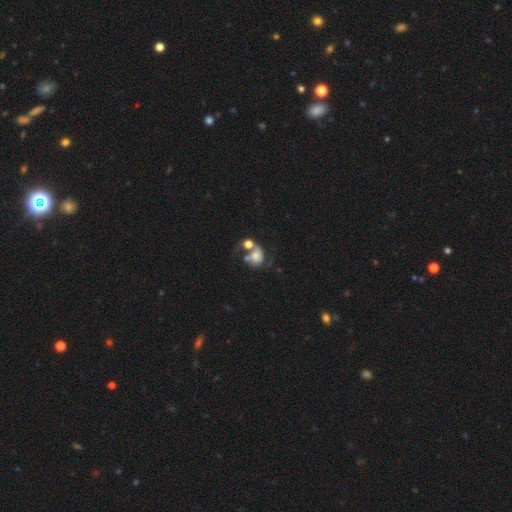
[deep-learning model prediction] Overall: featured or disk (49%; smooth 40%). Merging: merger (45%; none 21%).